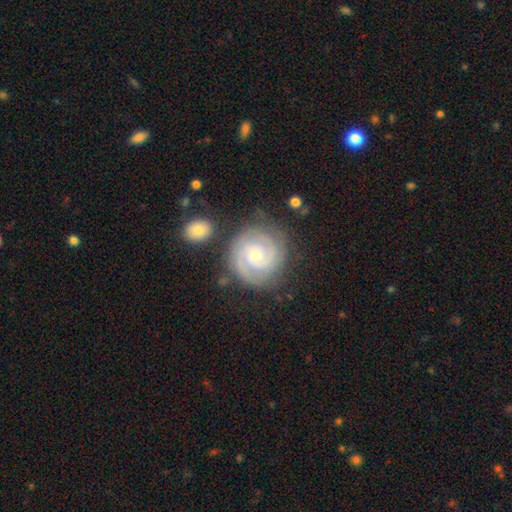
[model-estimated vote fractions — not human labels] Morphology: type=featured or disk (87%); edge-on=no (98%); bar=no (68%); spiral arms=yes (98%); winding=tight (72%); arm count=2 (68%); bulge=small (70%); merging=none (78%).